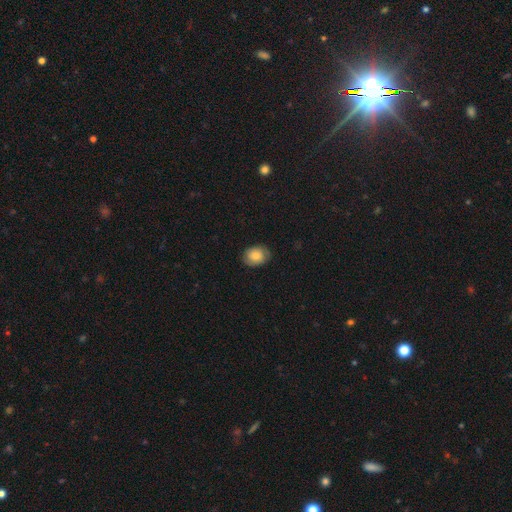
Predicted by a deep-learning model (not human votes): Smooth or featured? smooth (72%)
How rounded? in between (60%)
Merging? none (78%)